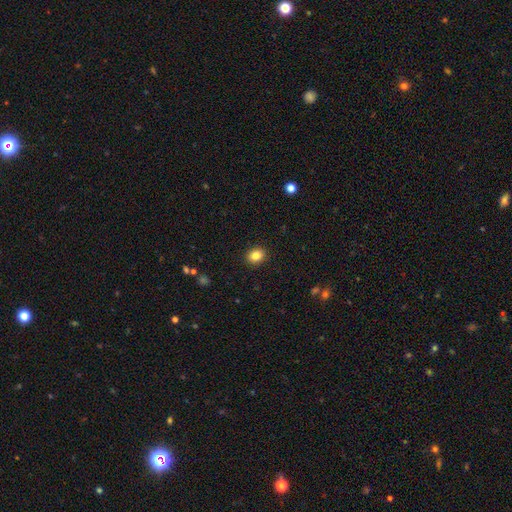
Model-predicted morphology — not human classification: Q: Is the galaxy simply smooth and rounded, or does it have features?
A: smooth — 85%.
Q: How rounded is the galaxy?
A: round — 54%.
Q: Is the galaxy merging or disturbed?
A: none — 91%.